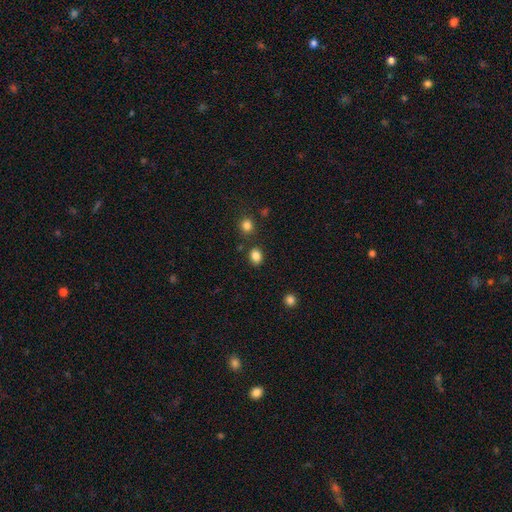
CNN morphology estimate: smooth 85%, star or artifact 11%, featured or disk 4%. Down the decision tree: how rounded — round (50%); merging — none (81%).